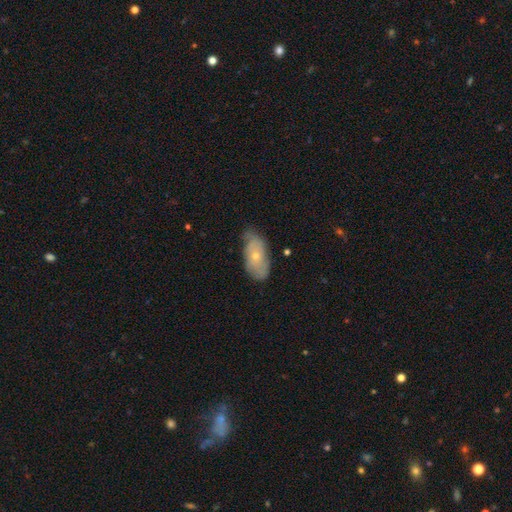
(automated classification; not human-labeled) Morphology: type=smooth (51%); roundness=in between (91%); merging=none (56%).